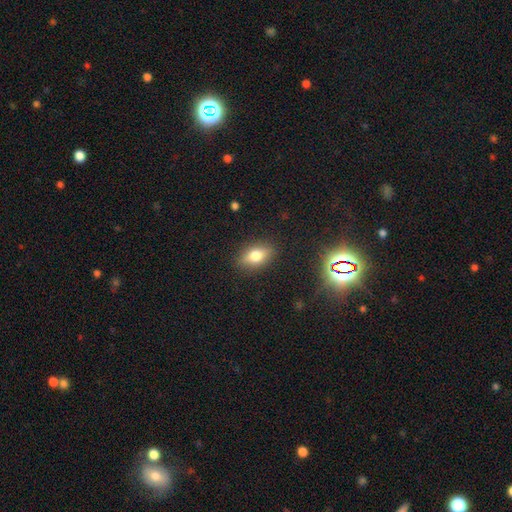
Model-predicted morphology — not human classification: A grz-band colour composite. It shows a smooth galaxy with no disk features (67%) that is in between round and cigar-shaped (80%). Merging: none (87%).